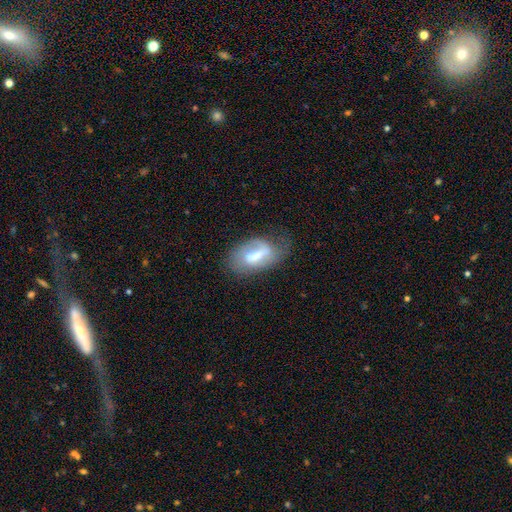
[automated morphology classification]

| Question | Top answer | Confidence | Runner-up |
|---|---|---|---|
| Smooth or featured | featured or disk | 56% | smooth (36%) |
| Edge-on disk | no | 92% | yes (8%) |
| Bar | weak | 45% | strong (39%) |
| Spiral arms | yes | 68% | no (32%) |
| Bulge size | moderate | 49% | small (26%) |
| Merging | none | 50% | minor disturbance (30%) |